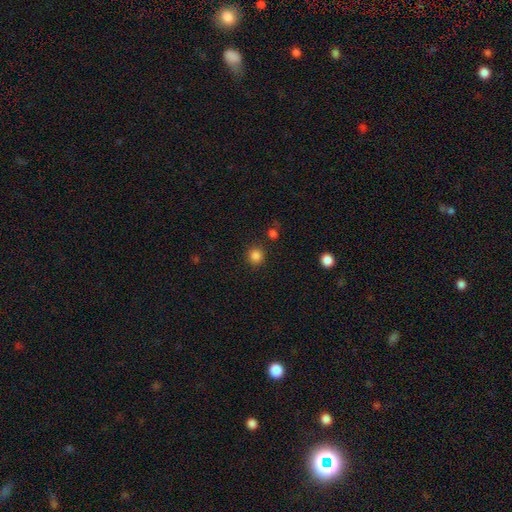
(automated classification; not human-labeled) Q: Smooth or featured?
A: smooth (85%); runner-up: star or artifact (12%)
Q: How rounded?
A: round (93%); runner-up: in between (6%)
Q: Merging?
A: none (88%); runner-up: minor disturbance (6%)